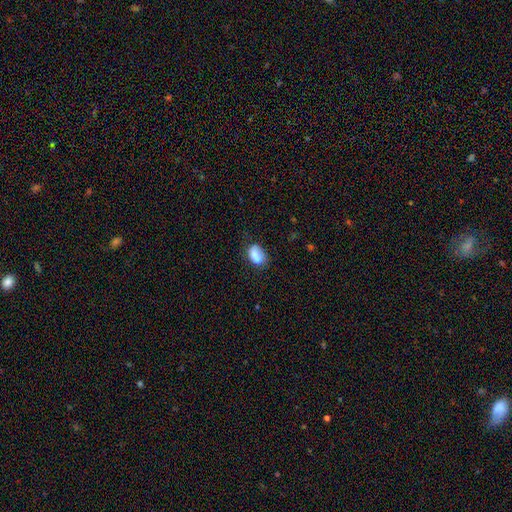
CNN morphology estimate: The model was most divided on "merging": none: 52%, minor disturbance: 28%, major disturbance: 11%, merger: 8%. More confident: how rounded — in between (84%); smooth or featured — smooth (77%).